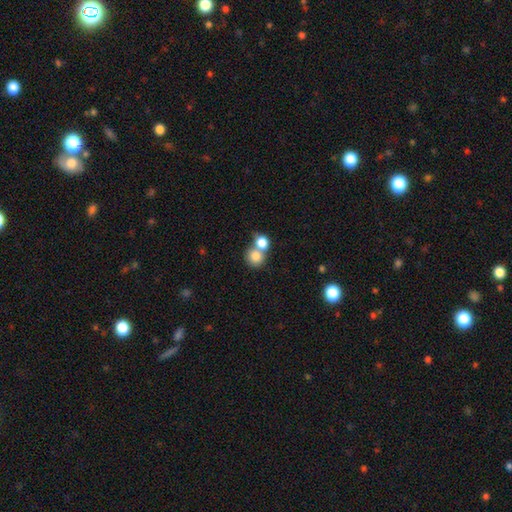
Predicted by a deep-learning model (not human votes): Smooth or featured?
  - smooth: 80% *
  - featured or disk: 10%
  - star or artifact: 10%
How rounded?
  - round: 81% *
  - in between: 18%
  - cigar-shaped: 1%
Merging?
  - merger: 54% *
  - none: 36%
  - minor disturbance: 7%
  - major disturbance: 3%